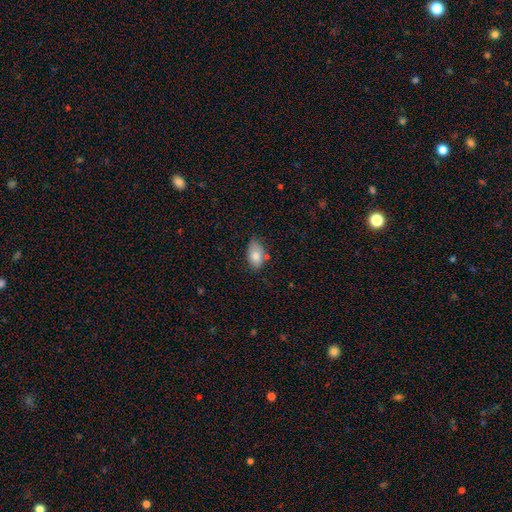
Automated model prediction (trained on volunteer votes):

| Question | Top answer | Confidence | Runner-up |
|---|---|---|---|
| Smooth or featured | smooth | 81% | featured or disk (12%) |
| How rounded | in between | 90% | round (8%) |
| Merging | none | 67% | minor disturbance (23%) |